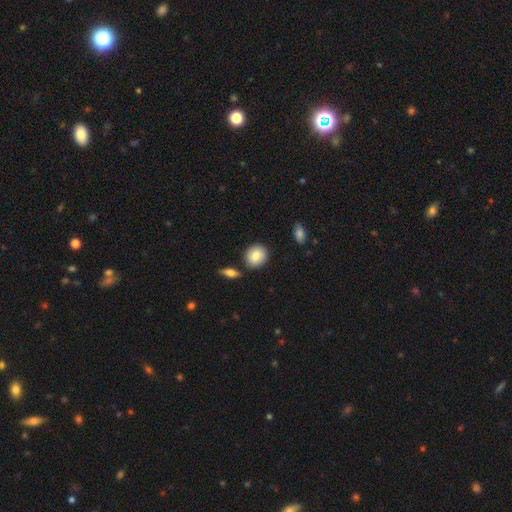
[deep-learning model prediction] Smooth or featured?
  - smooth: 84% *
  - featured or disk: 10%
  - star or artifact: 6%
How rounded?
  - round: 76% *
  - in between: 23%
  - cigar-shaped: 2%
Merging?
  - none: 83% *
  - minor disturbance: 9%
  - merger: 6%
  - major disturbance: 2%